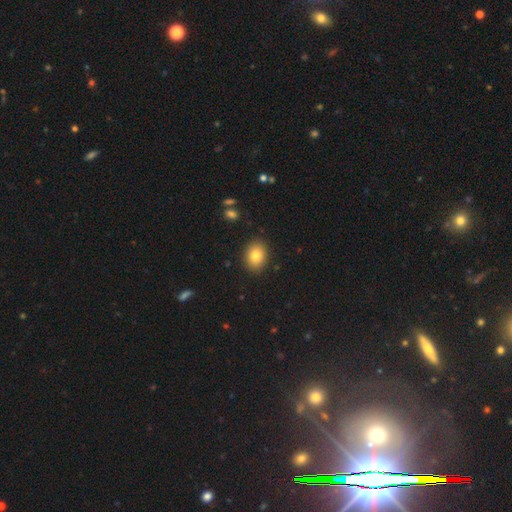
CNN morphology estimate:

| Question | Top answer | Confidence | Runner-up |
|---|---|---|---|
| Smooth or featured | smooth | 81% | star or artifact (9%) |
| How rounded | in between | 63% | round (36%) |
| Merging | none | 89% | minor disturbance (8%) |